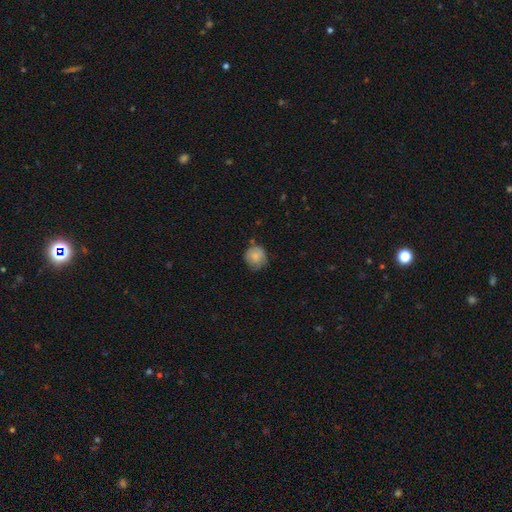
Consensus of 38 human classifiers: Smooth or featured? smooth (84%)
How rounded? round (94%)
Merging? none (69%)